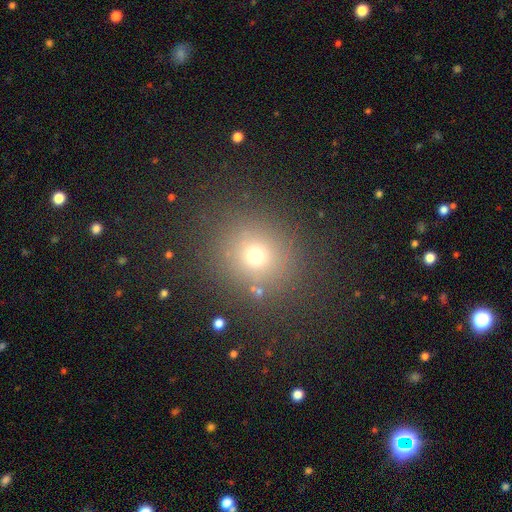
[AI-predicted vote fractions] The model was most divided on "smooth or featured": smooth: 68%, star or artifact: 22%, featured or disk: 10%. More confident: merging — none (84%); how rounded — round (84%).